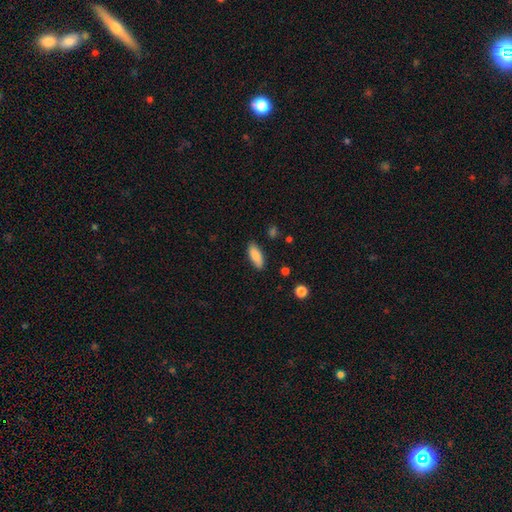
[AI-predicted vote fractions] The model was most divided on "how rounded": in between: 76%, cigar-shaped: 22%, round: 2%. More confident: smooth or featured — smooth (85%); merging — none (84%).